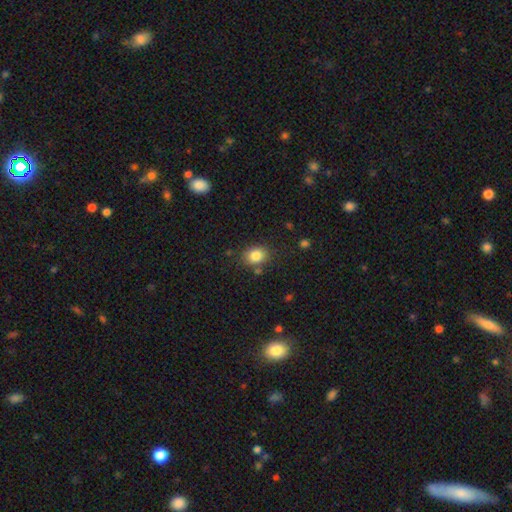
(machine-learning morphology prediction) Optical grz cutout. It shows a smooth galaxy with no disk features (84%) that is round (53%). Merging: none (80%).